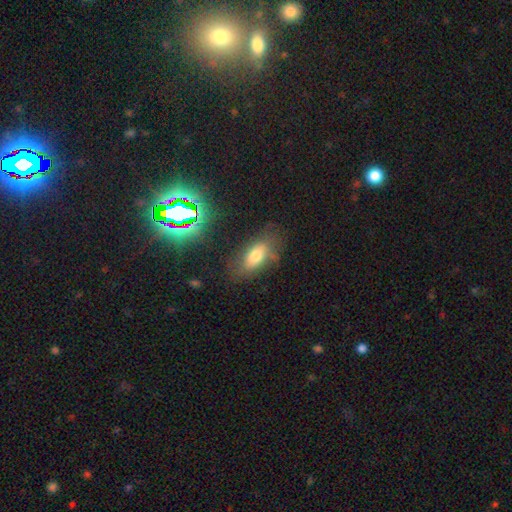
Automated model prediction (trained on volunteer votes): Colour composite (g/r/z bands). It shows a smooth galaxy with no disk features (67%) that is in between round and cigar-shaped (86%). Merging: none (64%).